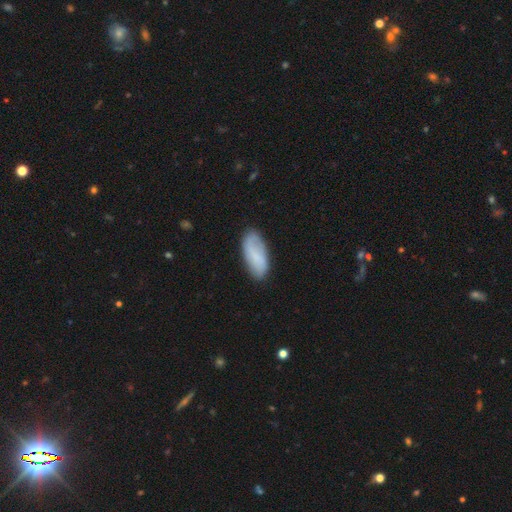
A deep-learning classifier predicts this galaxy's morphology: smooth 70%, featured or disk 23%, star or artifact 7%. Down the decision tree: how rounded — in between (87%); merging — none (78%).